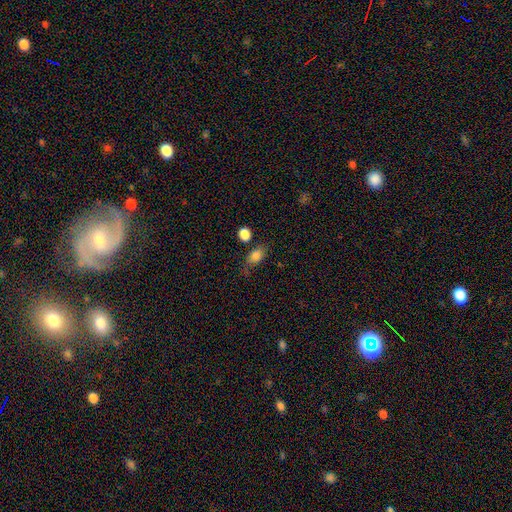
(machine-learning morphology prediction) Smooth or featured: smooth — 81% (star or artifact — 10%)
How rounded: in between — 79% (round — 17%)
Merging: none — 57% (minor disturbance — 25%)